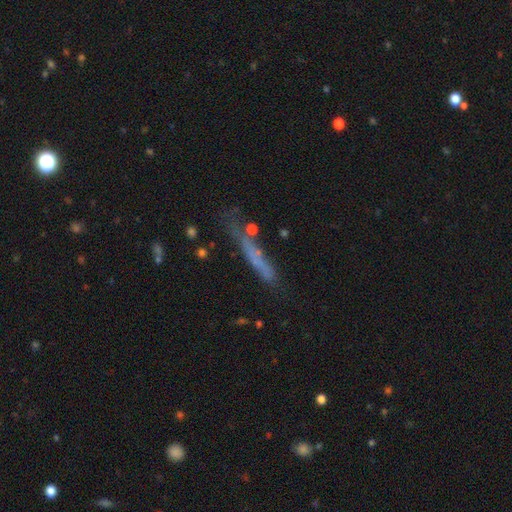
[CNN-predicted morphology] smooth 45%, featured or disk 37%, star or artifact 18%. Down the decision tree: merging — none (66%).